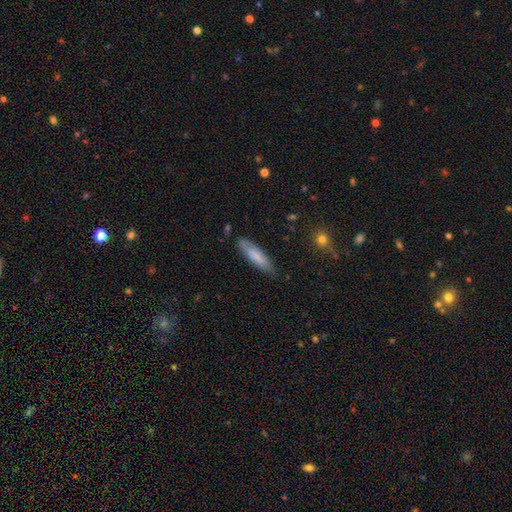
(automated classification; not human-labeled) Q: Smooth or featured?
A: smooth (72%); runner-up: featured or disk (22%)
Q: How rounded?
A: cigar-shaped (70%); runner-up: in between (28%)
Q: Merging?
A: none (78%); runner-up: minor disturbance (17%)